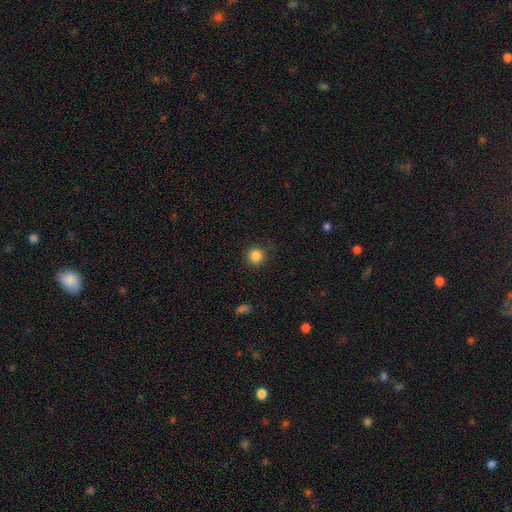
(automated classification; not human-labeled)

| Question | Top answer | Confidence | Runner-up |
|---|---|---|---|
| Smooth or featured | smooth | 85% | star or artifact (11%) |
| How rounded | round | 91% | in between (8%) |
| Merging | none | 87% | minor disturbance (9%) |